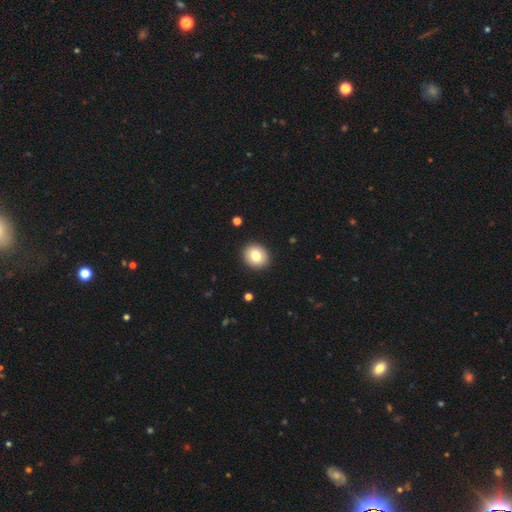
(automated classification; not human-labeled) A smooth galaxy with no disk features (79%) that is round (70%).

Vote fractions:
- Smooth or featured? smooth: 79% / featured or disk: 12% / star or artifact: 9%
- How rounded? round: 70% / in between: 29% / cigar-shaped: 1%
- Merging? none: 91% / minor disturbance: 6% / major disturbance: 2% / merger: 1%